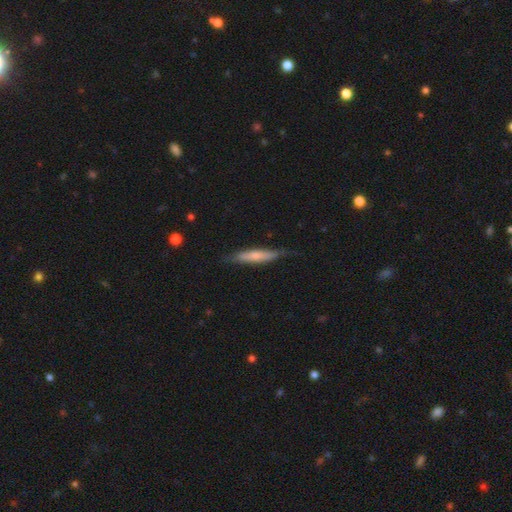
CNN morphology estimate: This is possibly a smooth galaxy (57%). How rounded: clearly cigar-shaped (87%). Merging: likely none (73%).